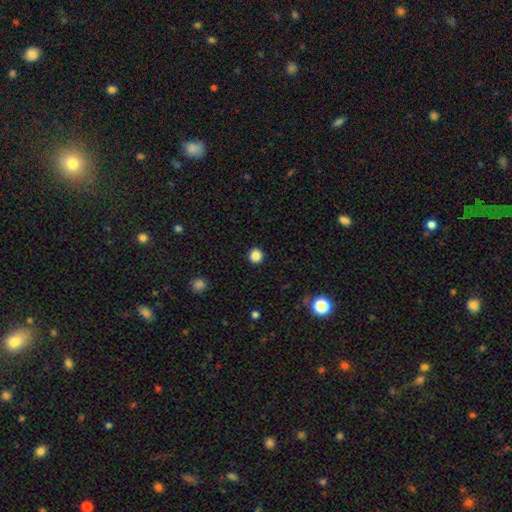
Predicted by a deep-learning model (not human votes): The model was most divided on "smooth or featured": smooth: 86%, star or artifact: 11%, featured or disk: 3%. More confident: how rounded — round (94%); merging — none (93%).